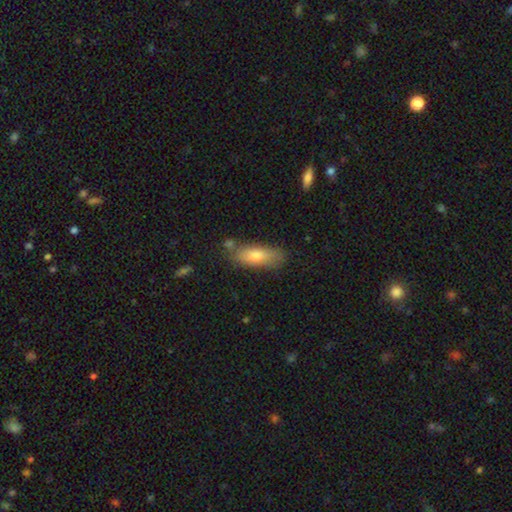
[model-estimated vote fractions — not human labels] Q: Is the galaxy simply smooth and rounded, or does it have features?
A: smooth — 72%.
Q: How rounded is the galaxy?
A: in between — 67%.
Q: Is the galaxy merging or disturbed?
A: none — 72%.